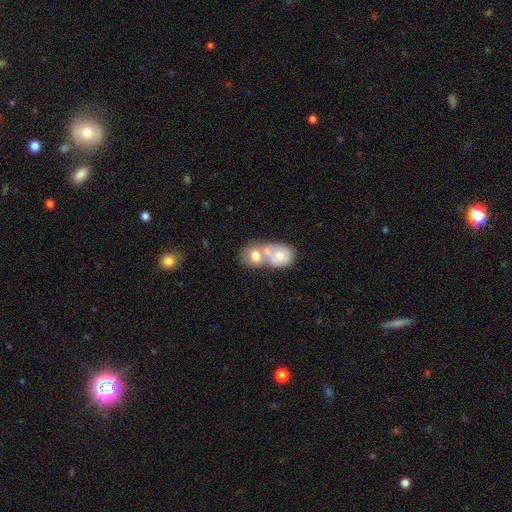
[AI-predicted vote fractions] This appears to be a smooth galaxy with no disk features (63%) that is round (51%). Merging: merger (73%).